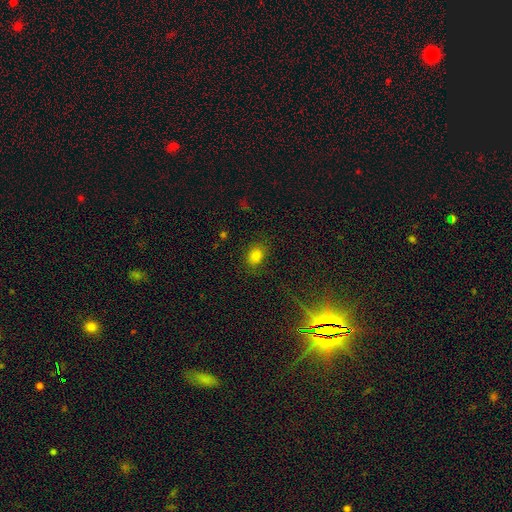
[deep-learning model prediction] Q: Smooth or featured?
A: smooth (79%); runner-up: star or artifact (15%)
Q: How rounded?
A: in between (63%); runner-up: round (35%)
Q: Merging?
A: none (80%); runner-up: minor disturbance (13%)